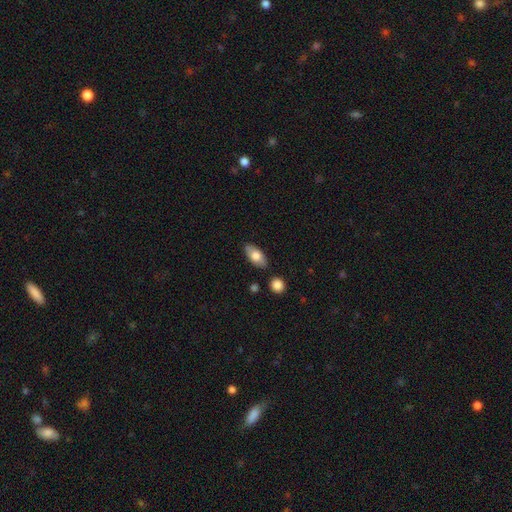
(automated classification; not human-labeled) This appears to be a smooth galaxy with no disk features (73%) that is in between round and cigar-shaped (90%). Merging: none (83%).